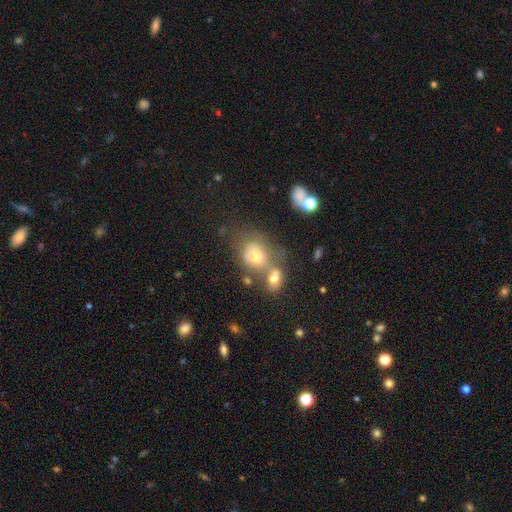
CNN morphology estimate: Smooth or featured? Predicted: smooth (p=0.56). How rounded? Predicted: in between (p=0.54). Merging? Predicted: merger (p=0.41).